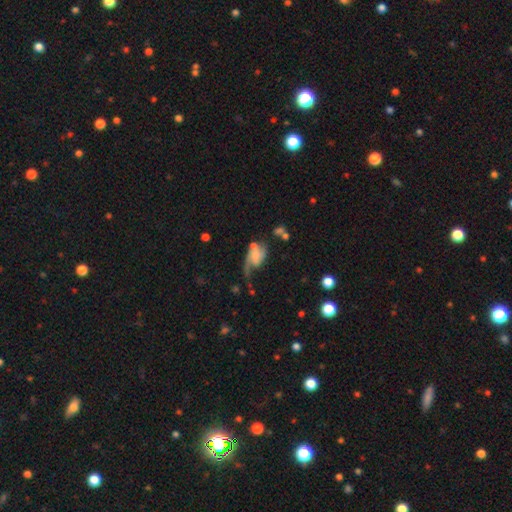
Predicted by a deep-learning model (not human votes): This is likely a featured or disk galaxy (61%). It is clearly not viewed edge-on (97%). Bar: possibly no (59%). Spiral arm pattern: clearly yes (83%). Central bulge: possibly none (48%). Merging: marginally major disturbance (42%).